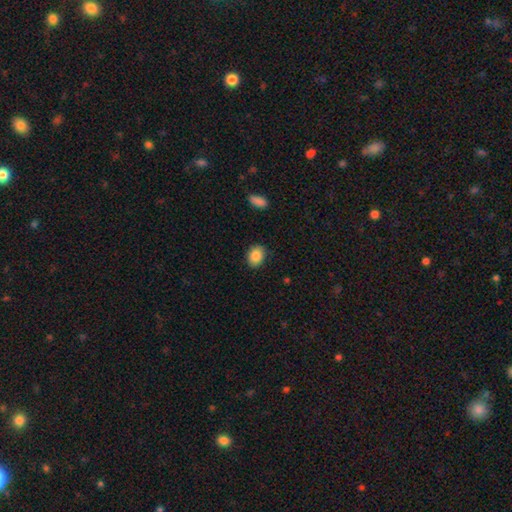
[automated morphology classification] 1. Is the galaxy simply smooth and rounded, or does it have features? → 87% smooth, 8% star or artifact, 5% featured or disk.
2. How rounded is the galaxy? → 62% in between, 37% round, 1% cigar-shaped.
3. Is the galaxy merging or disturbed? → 86% none, 10% minor disturbance, 2% major disturbance, 1% merger.